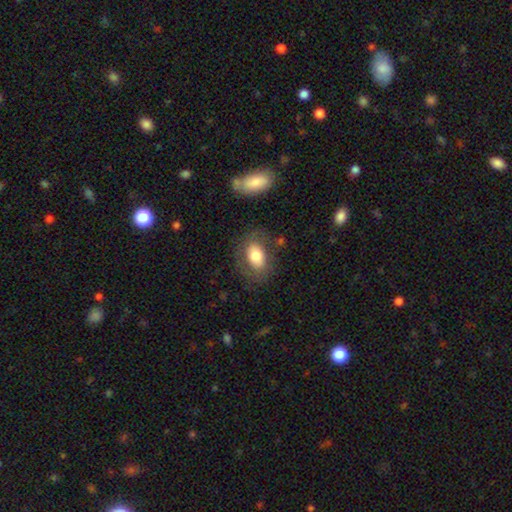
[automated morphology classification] Smooth or featured?
  - smooth: 72% *
  - featured or disk: 21%
  - star or artifact: 7%
How rounded?
  - in between: 84% *
  - round: 15%
  - cigar-shaped: 2%
Merging?
  - none: 73% *
  - minor disturbance: 16%
  - major disturbance: 8%
  - merger: 3%